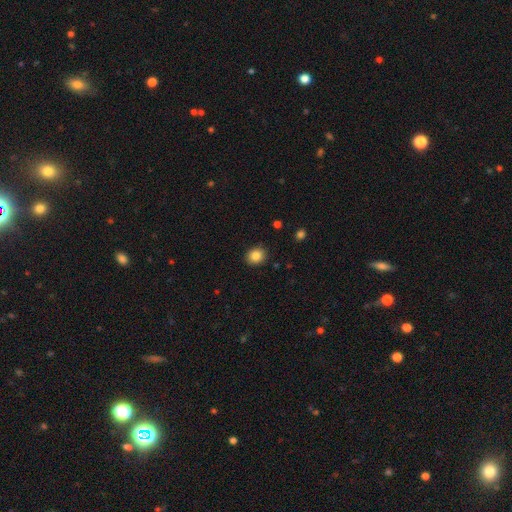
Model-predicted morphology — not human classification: Q: Smooth or featured?
A: smooth (85%); runner-up: star or artifact (10%)
Q: How rounded?
A: round (75%); runner-up: in between (24%)
Q: Merging?
A: none (89%); runner-up: minor disturbance (7%)